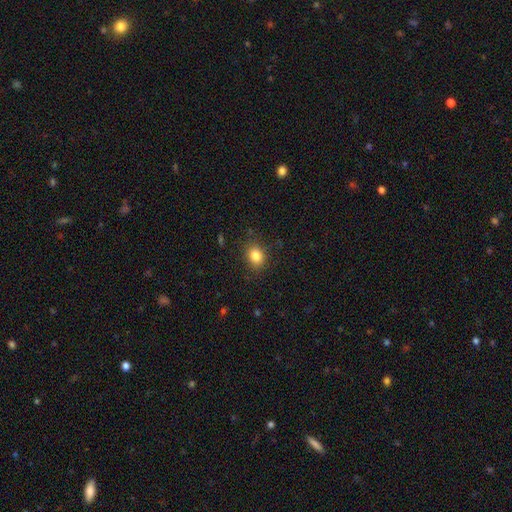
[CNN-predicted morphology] Smooth or featured? Predicted: smooth (p=0.83). How rounded? Predicted: round (p=0.52). Merging? Predicted: none (p=0.85).